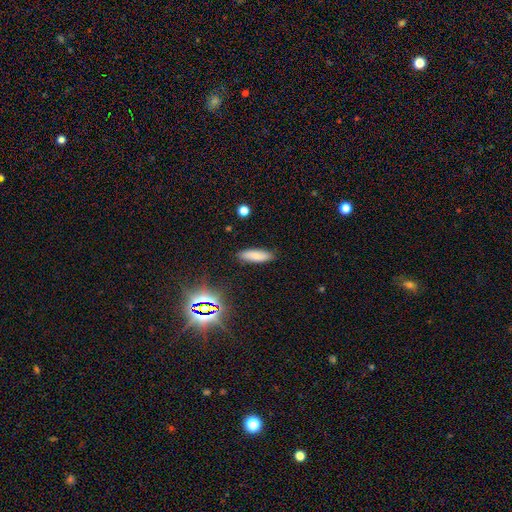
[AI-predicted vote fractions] Smooth or featured? Predicted: smooth (p=0.76). How rounded? Predicted: in between (p=0.52). Merging? Predicted: none (p=0.88).